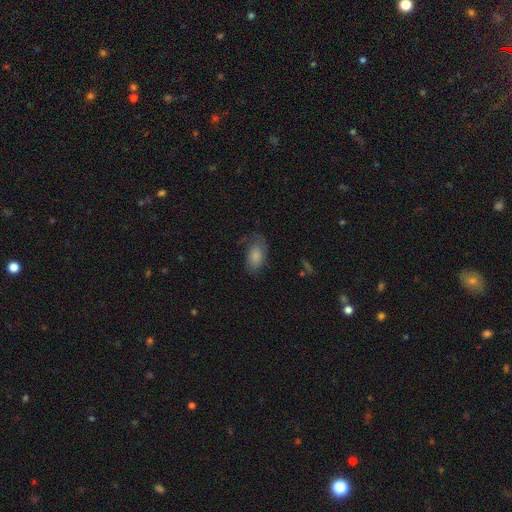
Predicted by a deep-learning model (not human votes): Smooth or featured: smooth — 70% (featured or disk — 22%)
How rounded: in between — 92% (round — 6%)
Merging: none — 53% (minor disturbance — 26%)